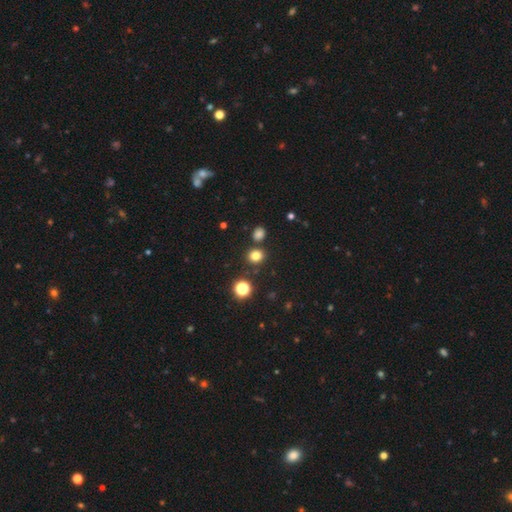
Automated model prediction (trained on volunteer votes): A smooth galaxy with no disk features (78%) that is round (79%).

Vote fractions:
- Smooth or featured? smooth: 78% / star or artifact: 17% / featured or disk: 5%
- How rounded? round: 79% / in between: 20% / cigar-shaped: 1%
- Merging? none: 81% / merger: 9% / minor disturbance: 8% / major disturbance: 3%